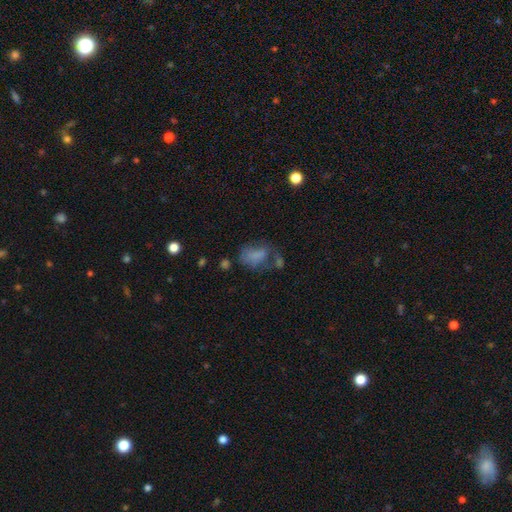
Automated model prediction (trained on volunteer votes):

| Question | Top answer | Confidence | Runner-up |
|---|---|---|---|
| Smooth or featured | smooth | 66% | featured or disk (21%) |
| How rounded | in between | 82% | round (16%) |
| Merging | none | 31% | major disturbance (30%) |